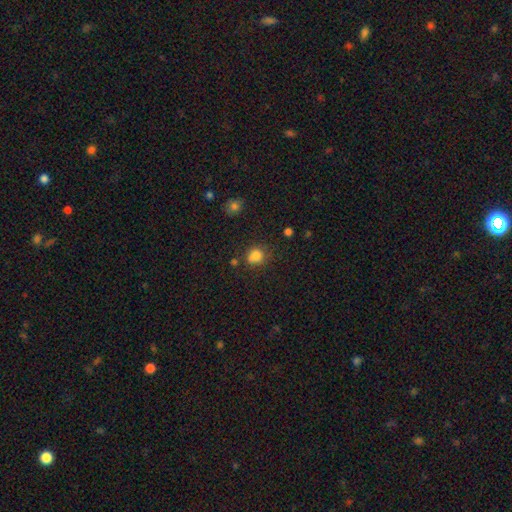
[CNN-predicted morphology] Q: Smooth or featured?
A: smooth (81%); runner-up: star or artifact (13%)
Q: How rounded?
A: round (68%); runner-up: in between (31%)
Q: Merging?
A: none (65%); runner-up: minor disturbance (20%)